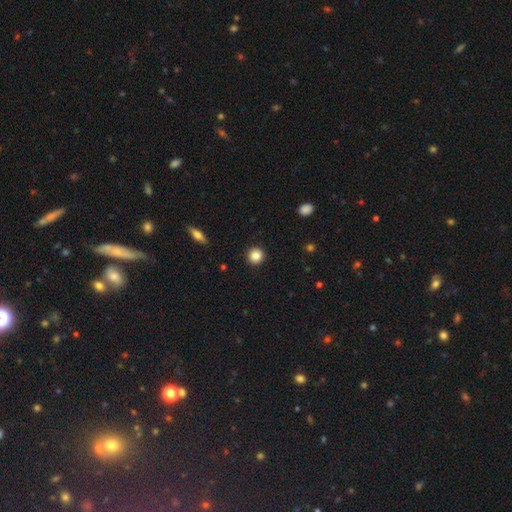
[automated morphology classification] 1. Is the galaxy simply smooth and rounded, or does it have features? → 87% smooth, 9% star or artifact, 4% featured or disk.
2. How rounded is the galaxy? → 93% round, 6% in between, 1% cigar-shaped.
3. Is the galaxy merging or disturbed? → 92% none, 5% minor disturbance, 2% major disturbance, 1% merger.